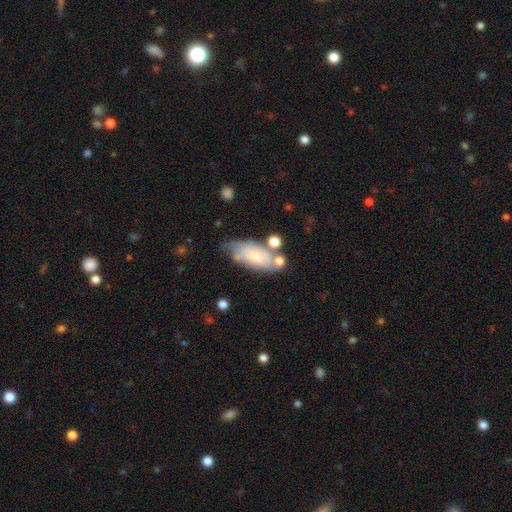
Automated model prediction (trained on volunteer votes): Morphology: type=smooth (66%); roundness=in between (84%); merging=none (50%).